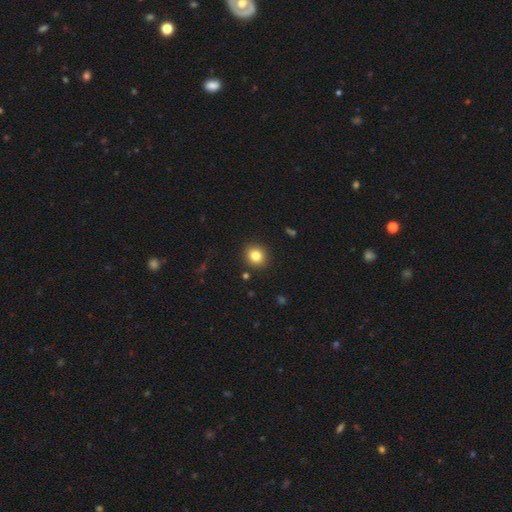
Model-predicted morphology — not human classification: A smooth galaxy with no disk features (82%) that is round (86%). Merging: none (90%).